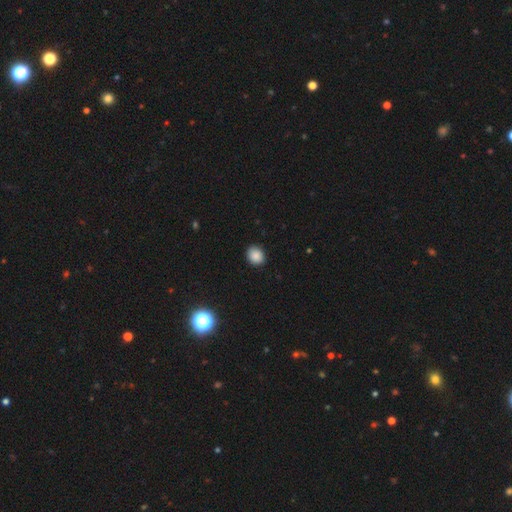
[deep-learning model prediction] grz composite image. It shows a smooth galaxy with no disk features (87%) that is round (64%). Merging: none (89%).